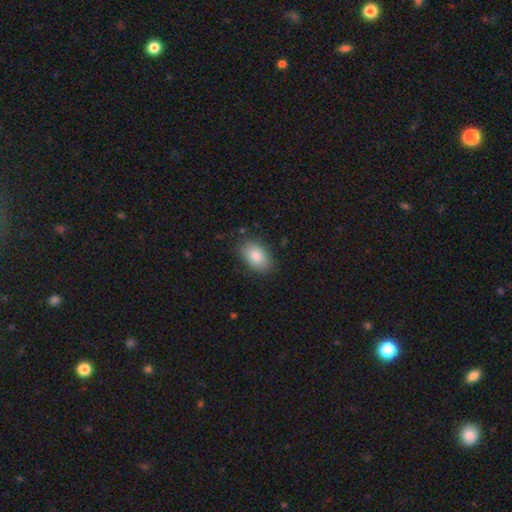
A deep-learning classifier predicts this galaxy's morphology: This is clearly a smooth galaxy (84%). How rounded: clearly in between (91%). Merging: clearly none (83%).